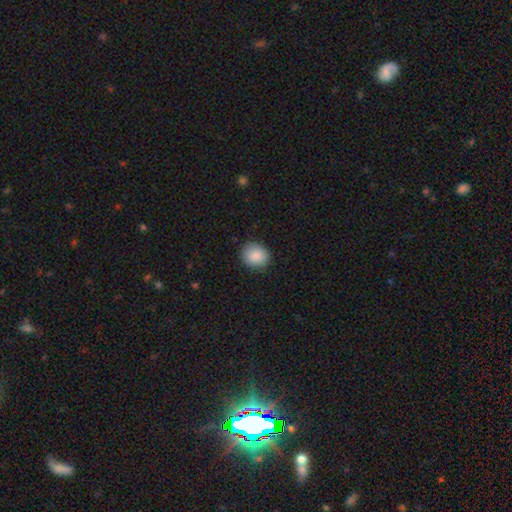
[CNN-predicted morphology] Q: Smooth or featured?
A: smooth (87%); runner-up: star or artifact (8%)
Q: How rounded?
A: round (77%); runner-up: in between (23%)
Q: Merging?
A: none (87%); runner-up: minor disturbance (10%)